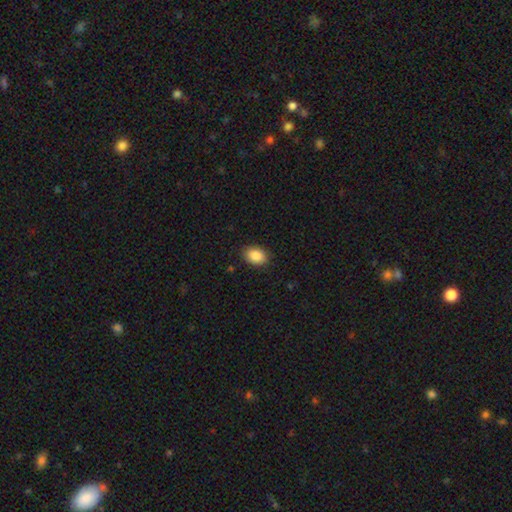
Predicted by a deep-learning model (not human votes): This is clearly a smooth galaxy (87%). How rounded: likely in between (78%). Merging: clearly none (88%).